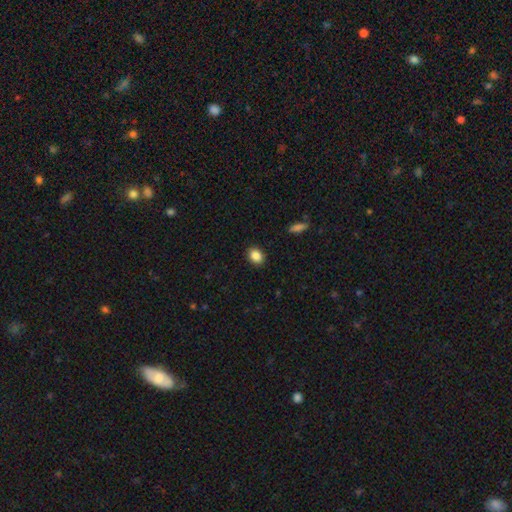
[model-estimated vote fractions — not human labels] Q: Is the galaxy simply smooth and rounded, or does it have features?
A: smooth — 86%.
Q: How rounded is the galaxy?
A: in between — 61%.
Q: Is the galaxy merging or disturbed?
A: none — 90%.